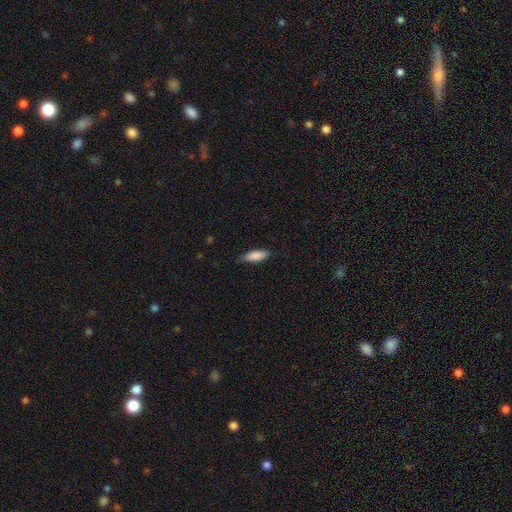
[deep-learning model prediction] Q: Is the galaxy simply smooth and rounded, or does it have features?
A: smooth — 86%.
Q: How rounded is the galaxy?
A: in between — 61%.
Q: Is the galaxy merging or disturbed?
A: none — 81%.